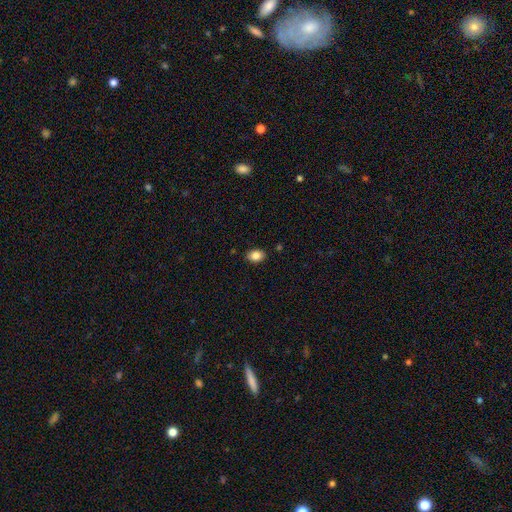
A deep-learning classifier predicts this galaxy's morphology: Overall: smooth (85%). How rounded: in between (74%). Merging: none (87%).